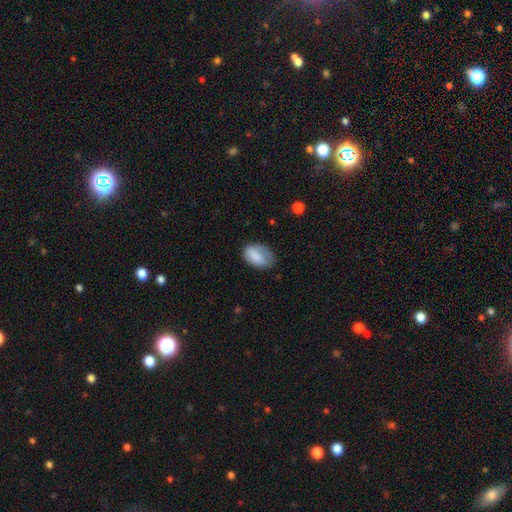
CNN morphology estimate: smooth 81%, featured or disk 12%, star or artifact 7%. Down the decision tree: how rounded — in between (89%); merging — none (61%).